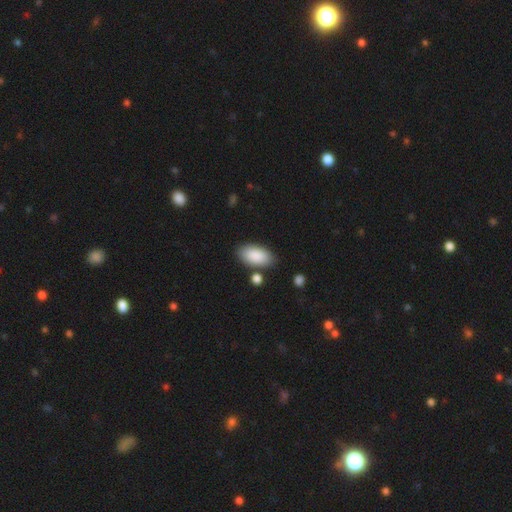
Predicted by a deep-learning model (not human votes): Smooth or featured? smooth (89%)
How rounded? in between (94%)
Merging? none (78%)